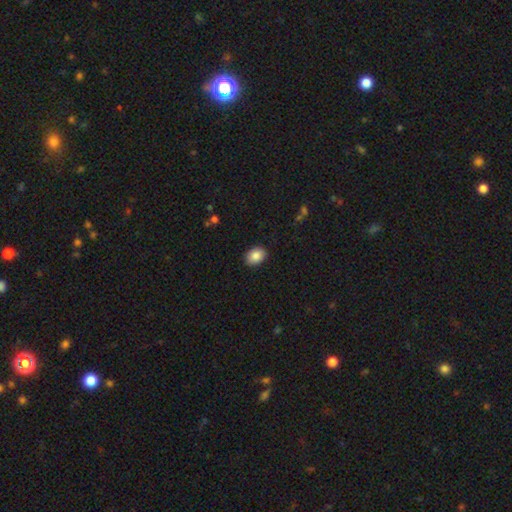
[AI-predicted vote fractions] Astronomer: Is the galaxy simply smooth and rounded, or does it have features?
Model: smooth — 86%.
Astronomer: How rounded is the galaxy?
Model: in between — 68%.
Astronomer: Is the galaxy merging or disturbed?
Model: none — 87%.